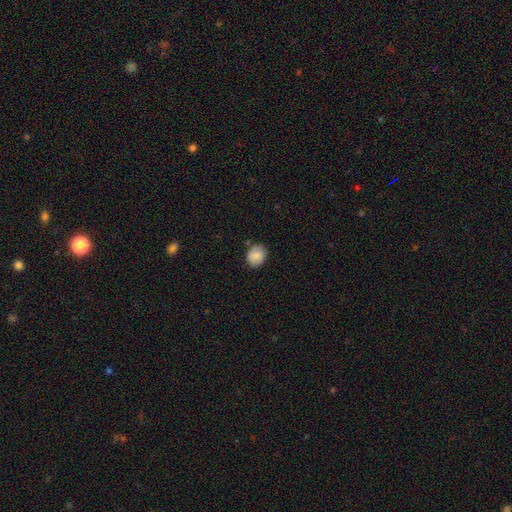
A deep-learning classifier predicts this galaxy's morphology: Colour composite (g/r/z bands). It shows a smooth galaxy with no disk features (87%) that is round (63%). Merging: none (79%).